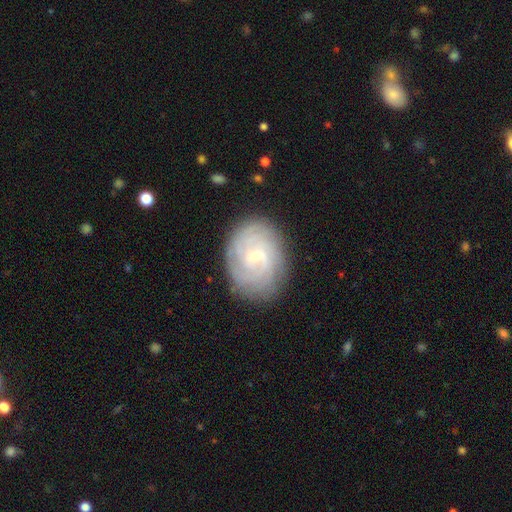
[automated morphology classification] type=featured or disk (76%); edge-on=no (97%); bar=weak (51%); spiral arms=yes (92%); winding=tight (70%); arm count=can't tell (42%); bulge=small (72%); merging=none (81%).